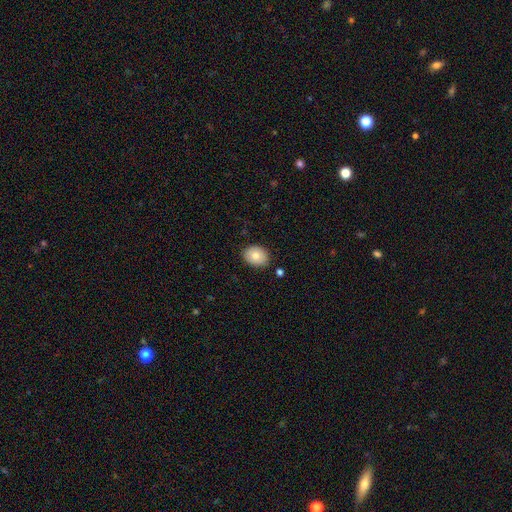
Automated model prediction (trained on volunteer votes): Smooth or featured? smooth (81%)
How rounded? in between (60%)
Merging? none (84%)